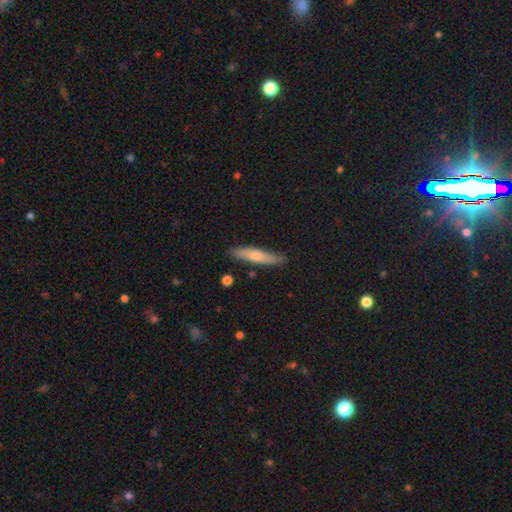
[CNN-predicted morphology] Smooth or featured?
  - smooth: 64% *
  - featured or disk: 30%
  - star or artifact: 6%
How rounded?
  - cigar-shaped: 86% *
  - in between: 12%
  - round: 2%
Merging?
  - none: 84% *
  - minor disturbance: 12%
  - merger: 2%
  - major disturbance: 2%